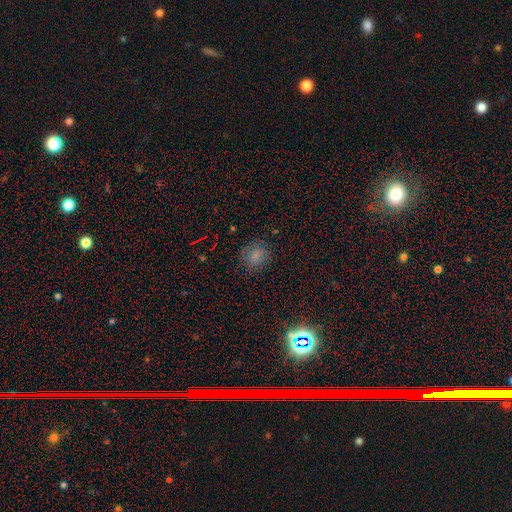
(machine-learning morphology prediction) Smooth or featured?
  - smooth: 76% *
  - star or artifact: 16%
  - featured or disk: 7%
How rounded?
  - round: 73% *
  - in between: 26%
  - cigar-shaped: 1%
Merging?
  - none: 82% *
  - minor disturbance: 13%
  - major disturbance: 4%
  - merger: 1%